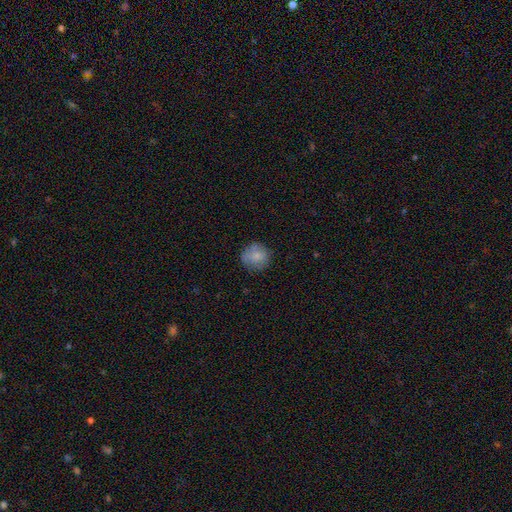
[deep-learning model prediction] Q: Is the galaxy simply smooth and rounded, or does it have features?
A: smooth — 80%.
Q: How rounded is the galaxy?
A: round — 89%.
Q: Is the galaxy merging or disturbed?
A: none — 78%.